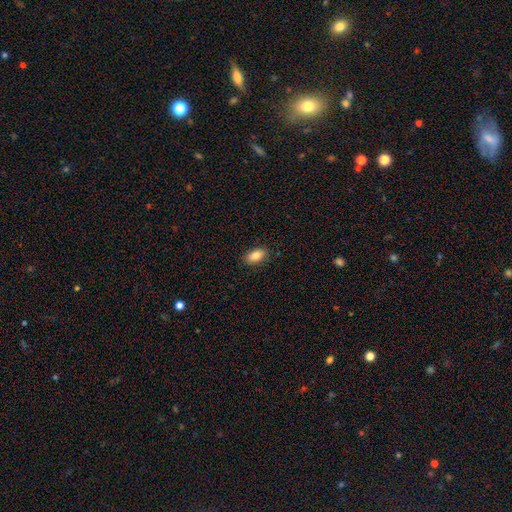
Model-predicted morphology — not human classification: Smooth or featured? Predicted: smooth (p=0.85). How rounded? Predicted: in between (p=0.91). Merging? Predicted: none (p=0.88).